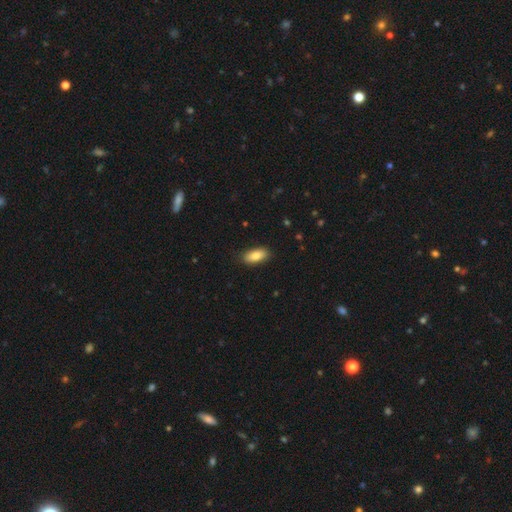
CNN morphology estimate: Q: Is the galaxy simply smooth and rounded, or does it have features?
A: smooth — 84%.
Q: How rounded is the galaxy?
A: in between — 88%.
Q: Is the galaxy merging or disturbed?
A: none — 87%.